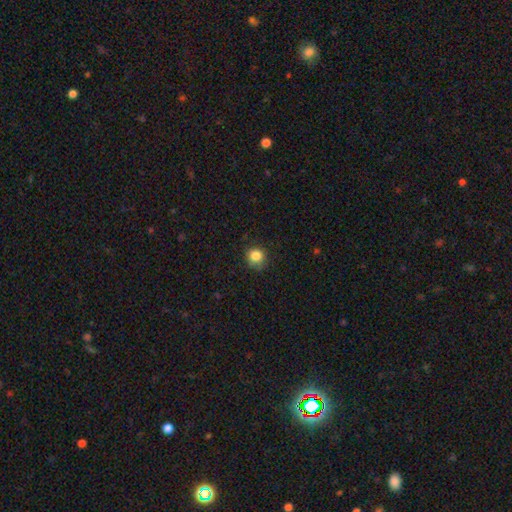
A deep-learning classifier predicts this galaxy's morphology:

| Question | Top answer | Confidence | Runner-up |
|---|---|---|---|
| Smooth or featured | smooth | 84% | star or artifact (11%) |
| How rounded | round | 88% | in between (12%) |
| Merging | none | 82% | minor disturbance (14%) |